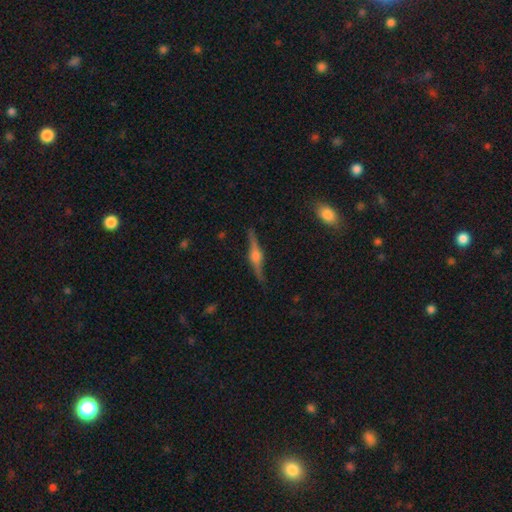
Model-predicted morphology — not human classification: Smooth or featured: featured or disk — 83% (smooth — 11%)
Edge-on disk: yes — 96% (no — 4%)
Edge-on bulge: rounded — 92% (boxy — 6%)
Merging: none — 86% (minor disturbance — 11%)